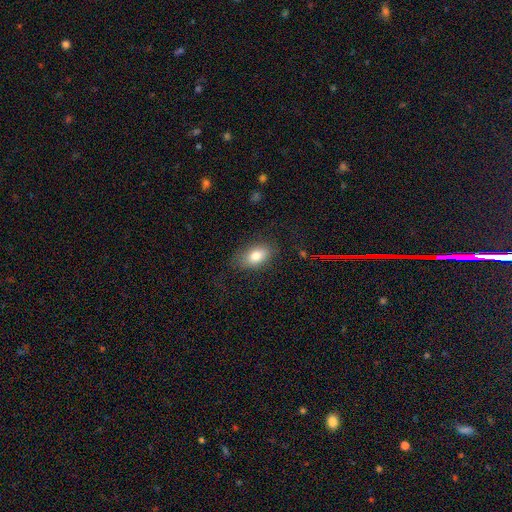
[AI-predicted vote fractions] Morphology: type=smooth (80%); roundness=in between (88%); merging=none (79%).